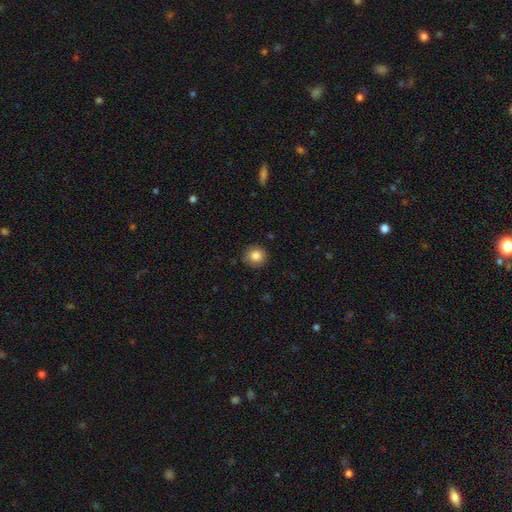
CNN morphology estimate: Q: Smooth or featured?
A: smooth (84%); runner-up: star or artifact (10%)
Q: How rounded?
A: round (93%); runner-up: in between (6%)
Q: Merging?
A: none (88%); runner-up: minor disturbance (9%)